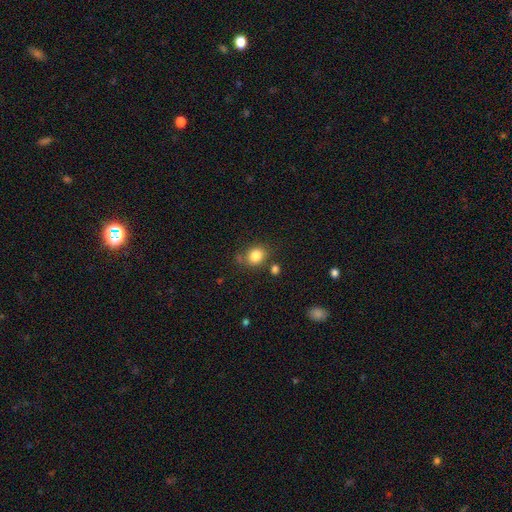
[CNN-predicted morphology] This is clearly a smooth galaxy (83%). How rounded: likely round (67%). Merging: likely none (71%).